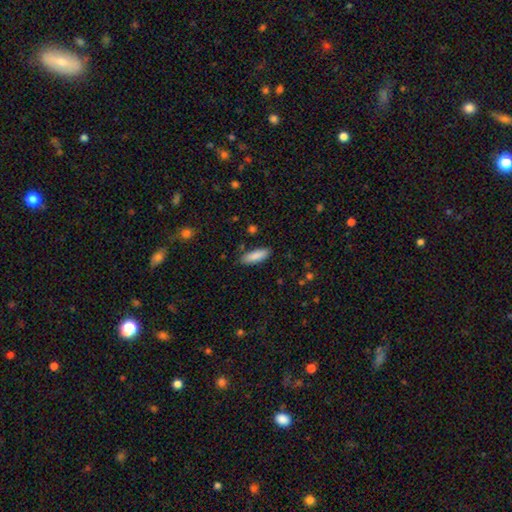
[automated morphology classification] smooth 88%, star or artifact 6%, featured or disk 6%. Down the decision tree: how rounded — in between (53%); merging — none (85%).